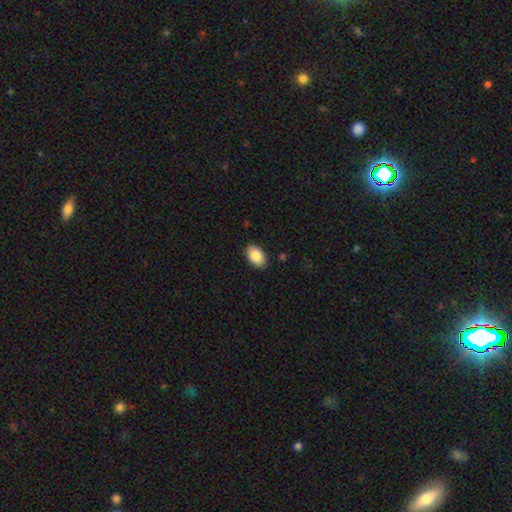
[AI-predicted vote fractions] This is clearly a smooth galaxy (87%). How rounded: clearly in between (91%). Merging: clearly none (88%).